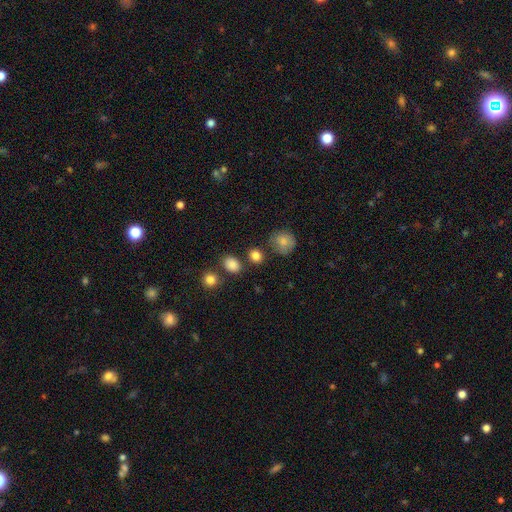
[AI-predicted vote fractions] Morphology: type=smooth (84%); roundness=round (63%); merging=none (77%).